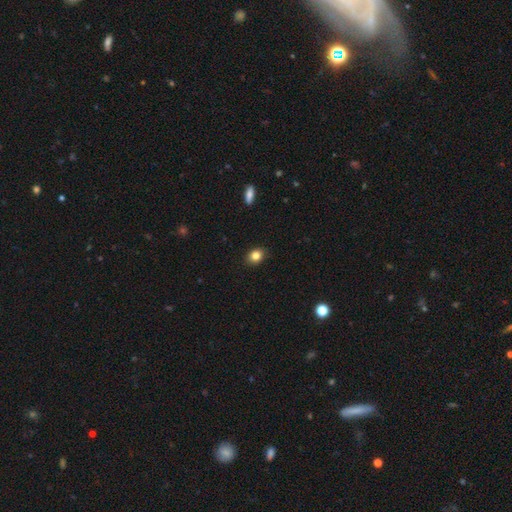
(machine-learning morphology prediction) Smooth or featured? Predicted: smooth (p=0.83). How rounded? Predicted: in between (p=0.53). Merging? Predicted: none (p=0.89).